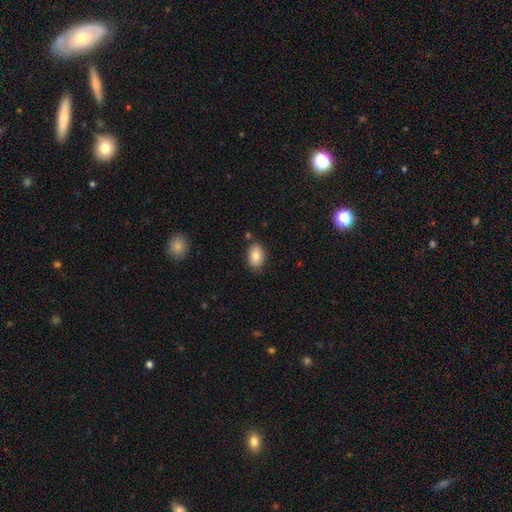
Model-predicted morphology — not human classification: smooth_or_featured: smooth (p=0.84) [alt: featured or disk p=0.09]
how_rounded: in between (p=0.87) [alt: round p=0.12]
merging: none (p=0.83) [alt: minor disturbance p=0.11]